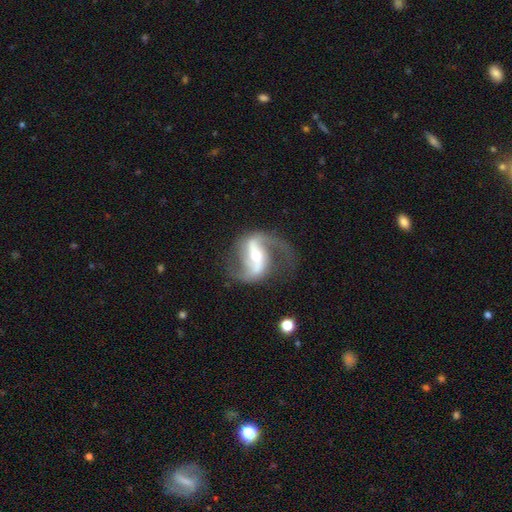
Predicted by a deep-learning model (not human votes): smooth_or_featured: featured or disk (p=0.91) [alt: star or artifact p=0.05]
disk_edge_on: no (p=0.97) [alt: yes p=0.03]
bar: strong (p=0.53) [alt: weak p=0.29]
has_spiral_arms: yes (p=0.97) [alt: no p=0.03]
spiral_winding: loose (p=0.55) [alt: medium p=0.38]
spiral_arm_count: 2 (p=0.92) [alt: 1 p=0.03]
bulge_size: moderate (p=0.55) [alt: small p=0.38]
merging: none (p=0.70) [alt: minor disturbance p=0.15]